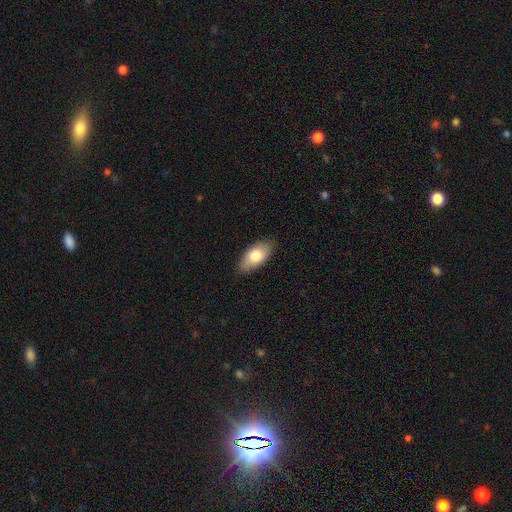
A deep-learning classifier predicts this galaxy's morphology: The model was most divided on "smooth or featured": smooth: 78%, featured or disk: 16%, star or artifact: 6%. More confident: how rounded — in between (90%); merging — none (86%).